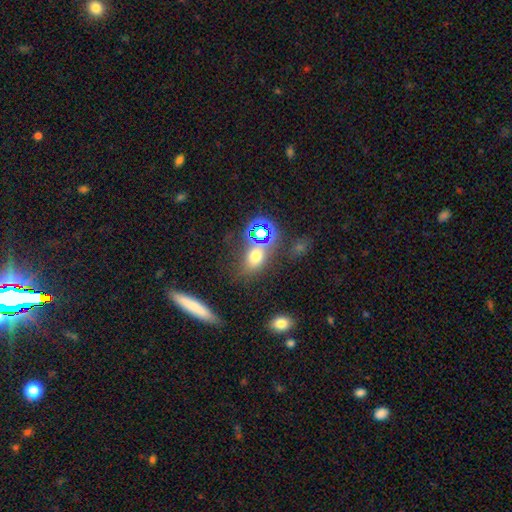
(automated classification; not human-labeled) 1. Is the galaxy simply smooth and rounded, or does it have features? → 61% smooth, 27% star or artifact, 12% featured or disk.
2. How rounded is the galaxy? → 66% in between, 30% round, 3% cigar-shaped.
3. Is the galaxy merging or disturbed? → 61% none, 16% merger, 15% minor disturbance, 8% major disturbance.